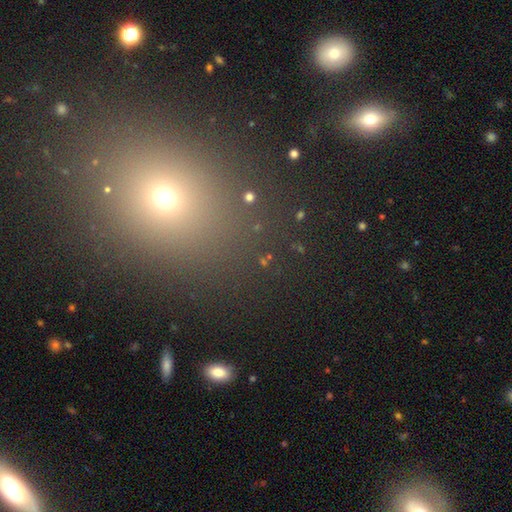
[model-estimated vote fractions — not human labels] Smooth or featured?
  - smooth: 54% *
  - star or artifact: 35%
  - featured or disk: 11%
How rounded?
  - round: 57% *
  - in between: 42%
  - cigar-shaped: 2%
Merging?
  - none: 84% *
  - minor disturbance: 8%
  - major disturbance: 4%
  - merger: 4%